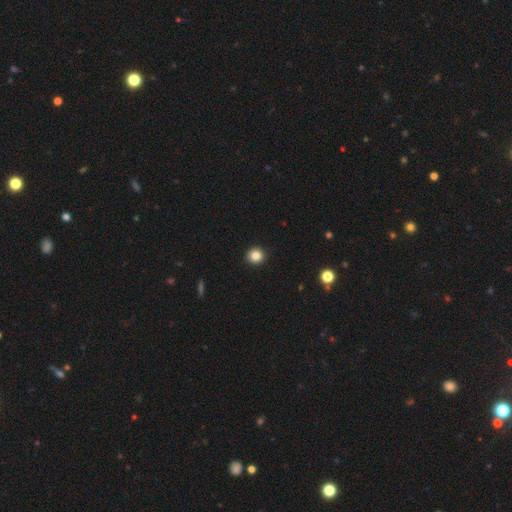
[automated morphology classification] A smooth galaxy with no disk features (84%) that is round (89%).

Vote fractions:
- Smooth or featured? smooth: 84% / star or artifact: 11% / featured or disk: 5%
- How rounded? round: 89% / in between: 10% / cigar-shaped: 1%
- Merging? none: 93% / minor disturbance: 5% / major disturbance: 1% / merger: 1%